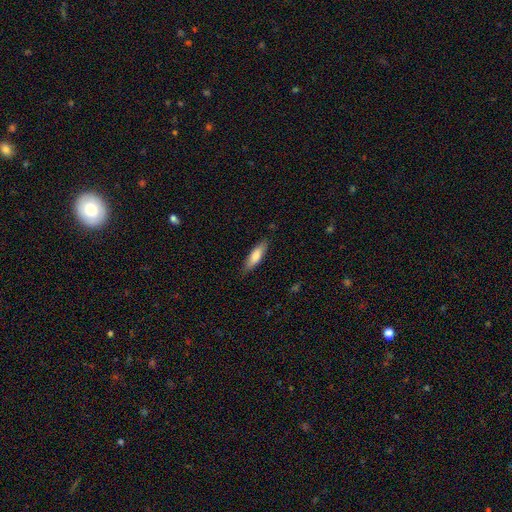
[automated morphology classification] Smooth or featured?
  - smooth: 78% *
  - featured or disk: 16%
  - star or artifact: 6%
How rounded?
  - cigar-shaped: 56% *
  - in between: 43%
  - round: 2%
Merging?
  - none: 84% *
  - minor disturbance: 12%
  - major disturbance: 2%
  - merger: 1%